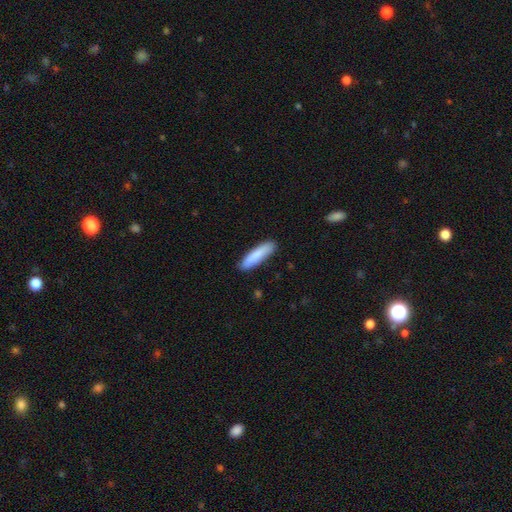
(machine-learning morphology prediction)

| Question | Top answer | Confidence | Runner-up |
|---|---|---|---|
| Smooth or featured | smooth | 84% | featured or disk (11%) |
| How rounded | cigar-shaped | 78% | in between (21%) |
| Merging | none | 85% | minor disturbance (11%) |